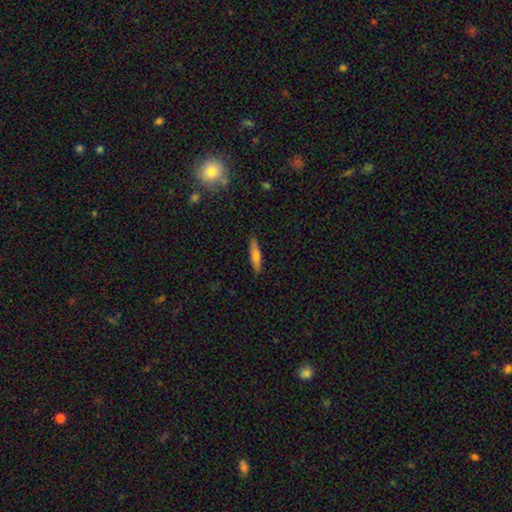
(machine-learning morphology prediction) A smooth galaxy with no disk features (64%) that is cigar-shaped (80%). Merging: none (88%).